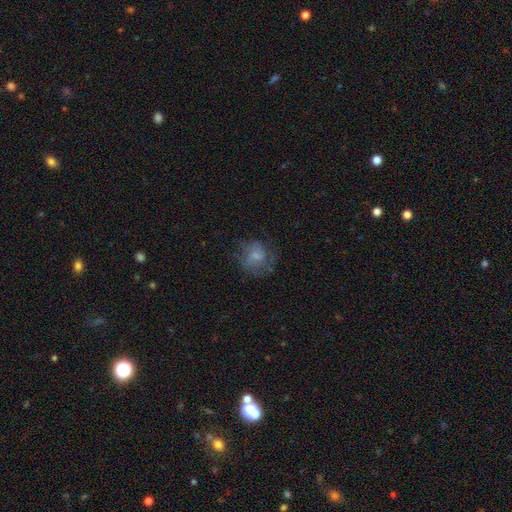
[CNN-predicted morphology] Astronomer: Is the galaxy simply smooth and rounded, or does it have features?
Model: smooth — 52% (runner-up: featured or disk, 36%).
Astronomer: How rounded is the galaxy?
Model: round — 68%.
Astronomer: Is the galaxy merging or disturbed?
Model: none — 57%.